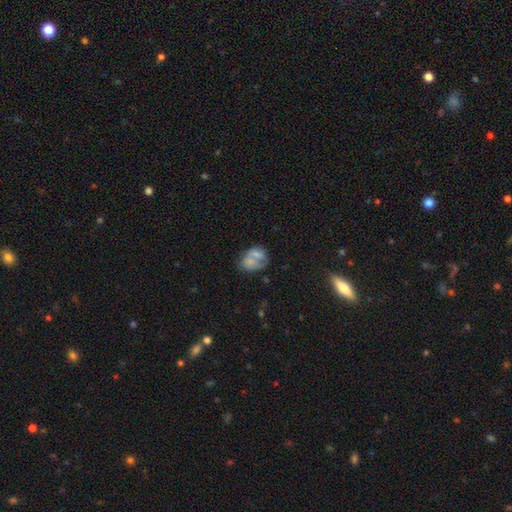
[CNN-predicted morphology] Overall: smooth (60%; featured or disk 30%). How rounded: in between (61%; round 38%). Merging: merger (49%; none 25%).